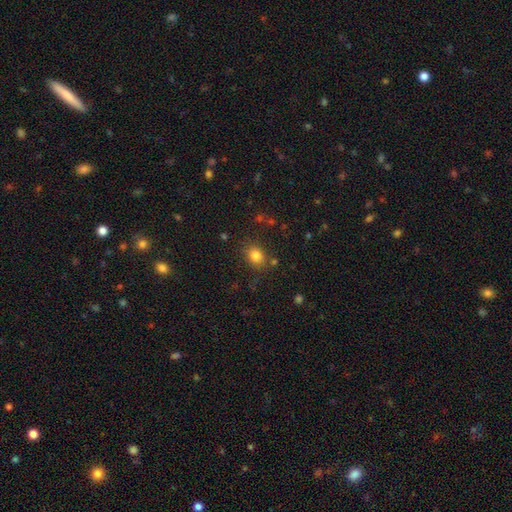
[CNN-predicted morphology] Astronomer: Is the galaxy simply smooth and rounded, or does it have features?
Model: smooth — 81%.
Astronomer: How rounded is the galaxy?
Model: round — 61% (runner-up: in between, 38%).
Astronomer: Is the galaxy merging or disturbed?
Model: none — 80%.